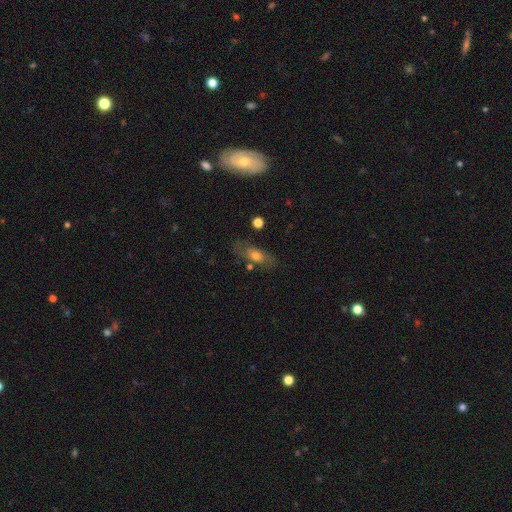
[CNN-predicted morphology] Q: Smooth or featured?
A: smooth (59%); runner-up: featured or disk (32%)
Q: How rounded?
A: in between (75%); runner-up: cigar-shaped (16%)
Q: Merging?
A: none (69%); runner-up: minor disturbance (18%)